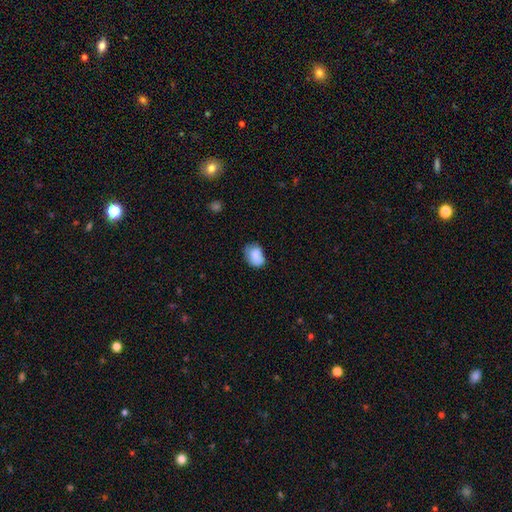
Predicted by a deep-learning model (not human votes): smooth 80%, featured or disk 12%, star or artifact 8%. Down the decision tree: how rounded — in between (69%); merging — none (55%).